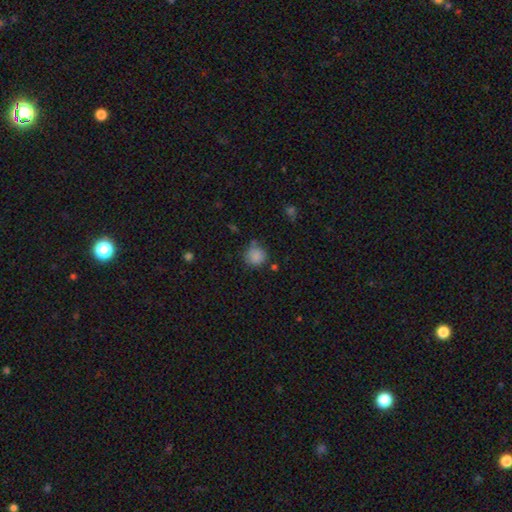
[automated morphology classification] Smooth or featured: smooth — 85% (star or artifact — 10%)
How rounded: round — 90% (in between — 9%)
Merging: none — 71% (minor disturbance — 17%)